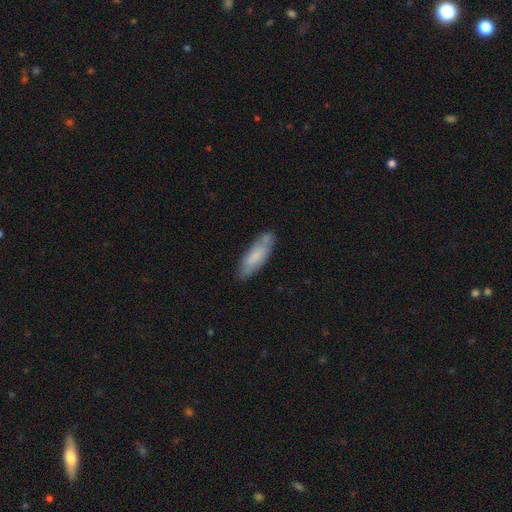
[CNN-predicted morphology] The model was most divided on "how rounded": in between: 51%, cigar-shaped: 48%, round: 2%. More confident: merging — none (75%); smooth or featured — smooth (64%).